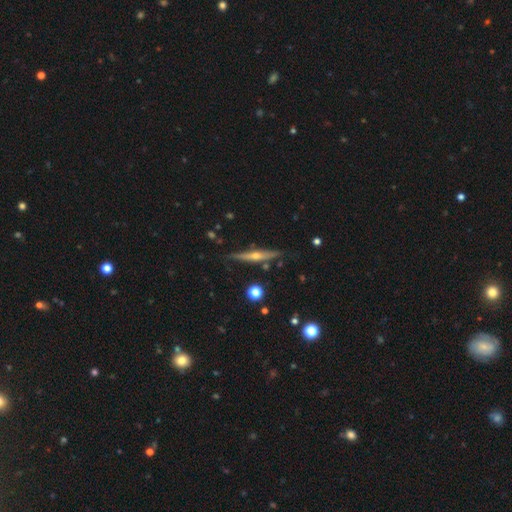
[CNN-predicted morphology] Smooth or featured? featured or disk (72%)
Edge-on disk? yes (96%)
Edge-on bulge? rounded (85%)
Merging? none (84%)